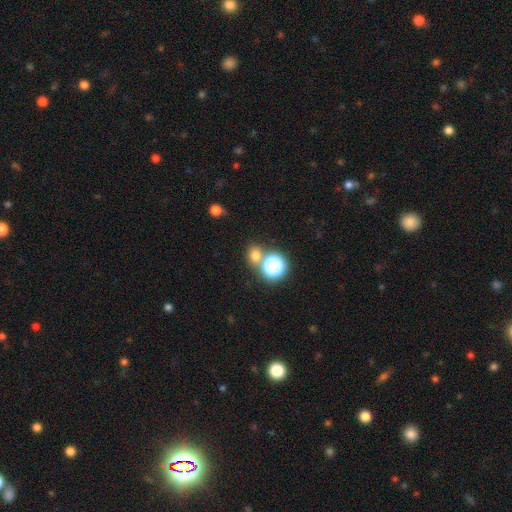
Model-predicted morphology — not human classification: Overall: smooth (68%). How rounded: round (74%). Merging: none (66%).